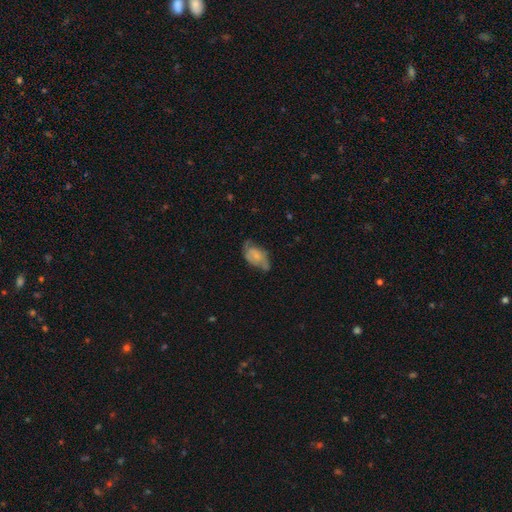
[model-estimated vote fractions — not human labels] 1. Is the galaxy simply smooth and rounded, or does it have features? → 52% smooth, 40% featured or disk, 8% star or artifact.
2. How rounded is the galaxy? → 91% in between, 6% round, 3% cigar-shaped.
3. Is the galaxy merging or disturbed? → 39% minor disturbance, 38% none, 20% major disturbance, 4% merger.